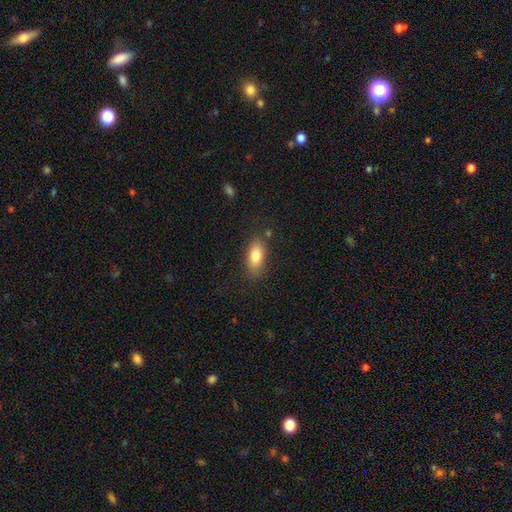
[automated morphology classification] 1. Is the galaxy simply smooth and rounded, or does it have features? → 81% smooth, 12% featured or disk, 8% star or artifact.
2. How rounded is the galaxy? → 84% in between, 11% cigar-shaped, 5% round.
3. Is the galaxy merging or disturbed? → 80% none, 13% minor disturbance, 4% major disturbance, 3% merger.